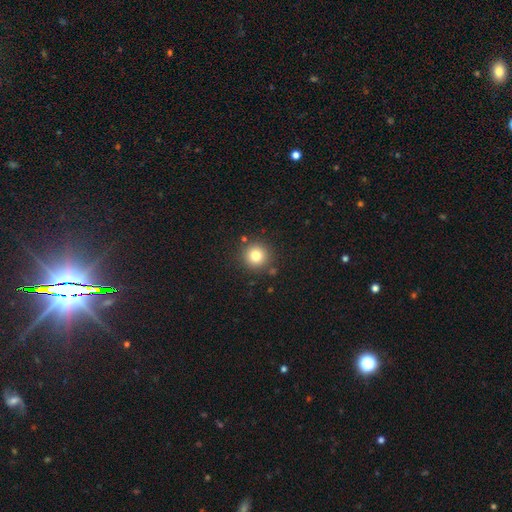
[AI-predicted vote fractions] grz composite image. It shows a smooth galaxy with no disk features (79%) that is round (95%). Merging: none (86%).